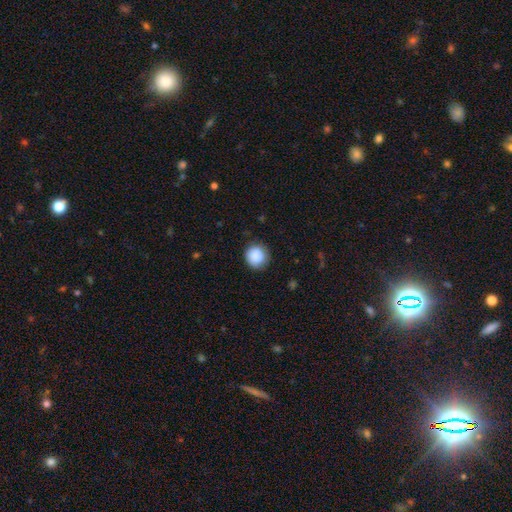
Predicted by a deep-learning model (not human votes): smooth_or_featured: smooth (p=0.89) [alt: star or artifact p=0.08]
how_rounded: round (p=0.92) [alt: in between p=0.07]
merging: none (p=0.85) [alt: minor disturbance p=0.11]